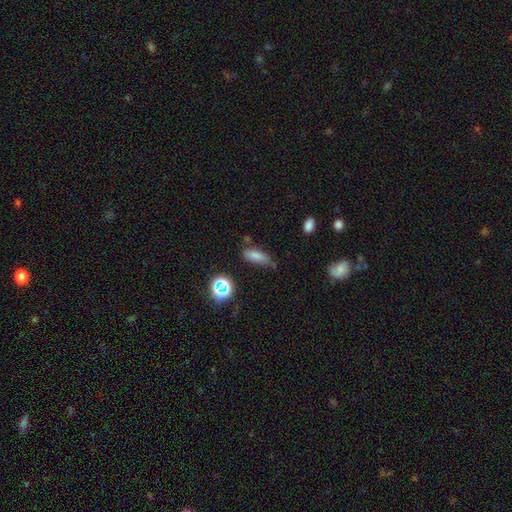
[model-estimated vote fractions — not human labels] smooth_or_featured: smooth (p=0.74) [alt: star or artifact p=0.15]
how_rounded: in between (p=0.67) [alt: cigar-shaped p=0.28]
merging: none (p=0.56) [alt: minor disturbance p=0.31]